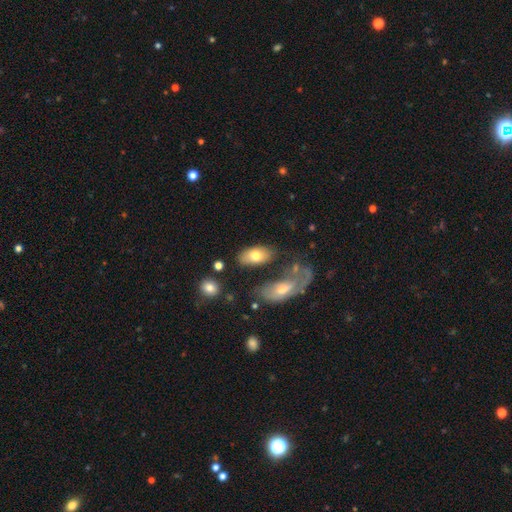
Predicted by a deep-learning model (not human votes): smooth_or_featured: smooth (p=0.72) [alt: featured or disk p=0.21]
how_rounded: in between (p=0.92) [alt: cigar-shaped p=0.04]
merging: none (p=0.64) [alt: minor disturbance p=0.16]